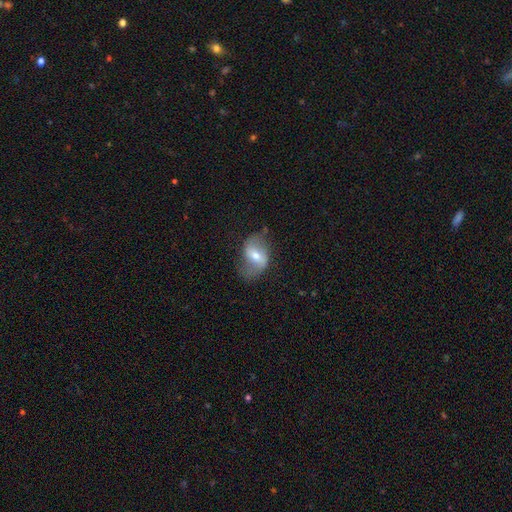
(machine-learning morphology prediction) The model was most divided on "bar": weak: 41%, strong: 39%, no: 20%. More confident: edge-on disk — no (94%); spiral arms — yes (73%); smooth or featured — featured or disk (61%); bulge size — moderate (61%); merging — none (60%).